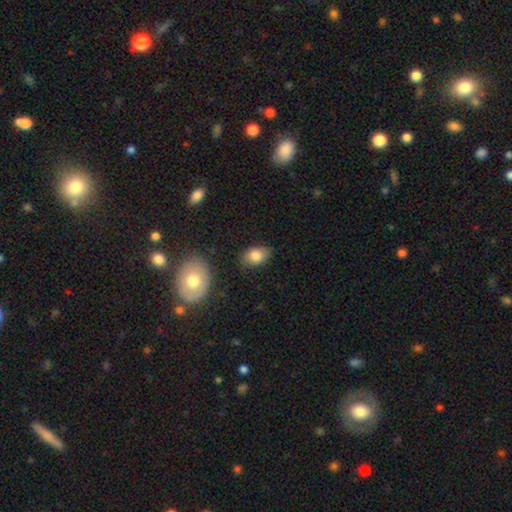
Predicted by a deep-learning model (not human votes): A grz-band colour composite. It shows a smooth galaxy with no disk features (81%) that is in between round and cigar-shaped (83%). Merging: none (77%).